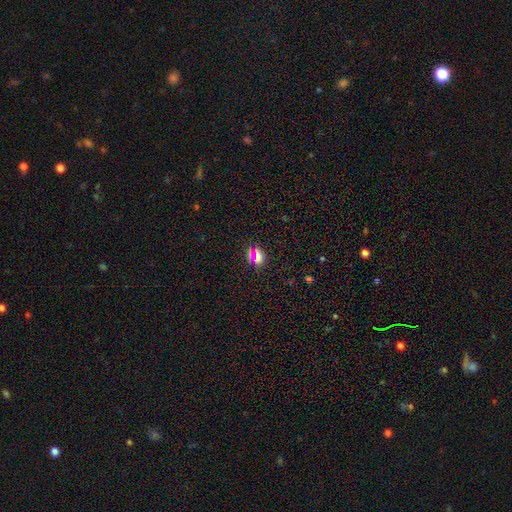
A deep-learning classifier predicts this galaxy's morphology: Smooth or featured?
  - smooth: 58% *
  - star or artifact: 32%
  - featured or disk: 10%
How rounded?
  - round: 58% *
  - in between: 38%
  - cigar-shaped: 4%
Merging?
  - none: 82% *
  - minor disturbance: 10%
  - major disturbance: 5%
  - merger: 3%